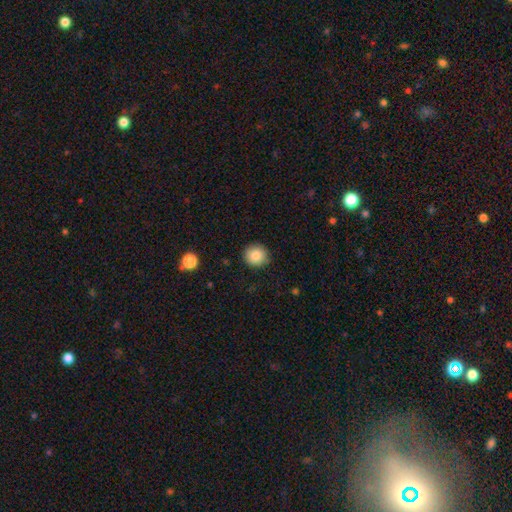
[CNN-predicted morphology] A smooth galaxy with no disk features (85%) that is round (91%).

Vote fractions:
- Smooth or featured? smooth: 85% / star or artifact: 9% / featured or disk: 6%
- How rounded? round: 91% / in between: 8% / cigar-shaped: 1%
- Merging? none: 89% / minor disturbance: 8% / major disturbance: 2% / merger: 1%